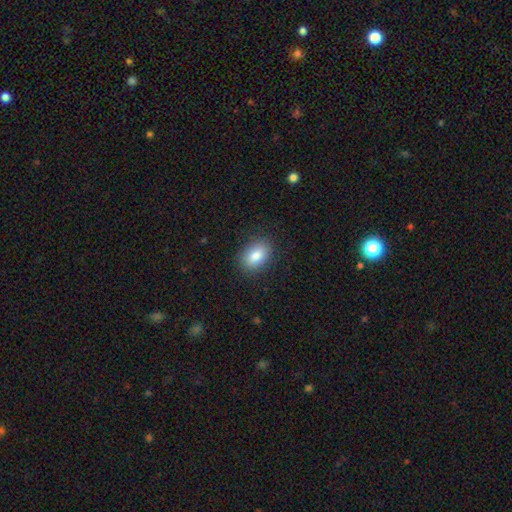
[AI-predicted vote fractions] A smooth galaxy with no disk features (85%) that is in between round and cigar-shaped (83%). Merging: none (87%).